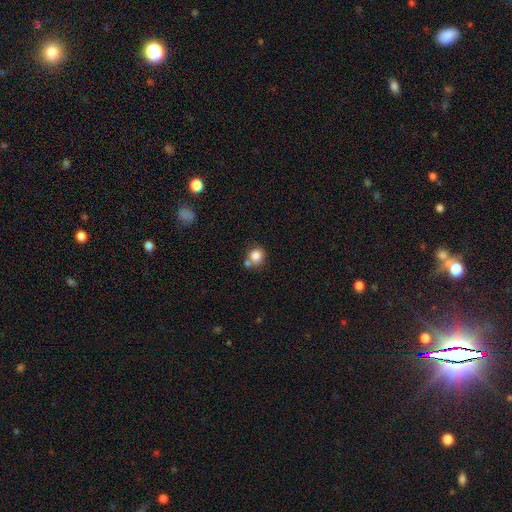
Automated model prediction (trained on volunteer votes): smooth-or-featured: smooth: 83% | star or artifact: 10% | featured or disk: 7%
  how-rounded: round: 84% | in between: 15% | cigar-shaped: 1%
  merging: none: 61% | merger: 24% | minor disturbance: 11% | major disturbance: 4%